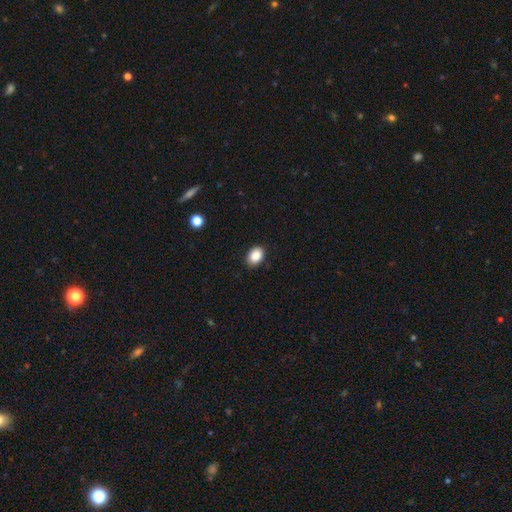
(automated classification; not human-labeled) smooth_or_featured: smooth (p=0.88) [alt: star or artifact p=0.08]
how_rounded: in between (p=0.75) [alt: round p=0.24]
merging: none (p=0.88) [alt: minor disturbance p=0.09]